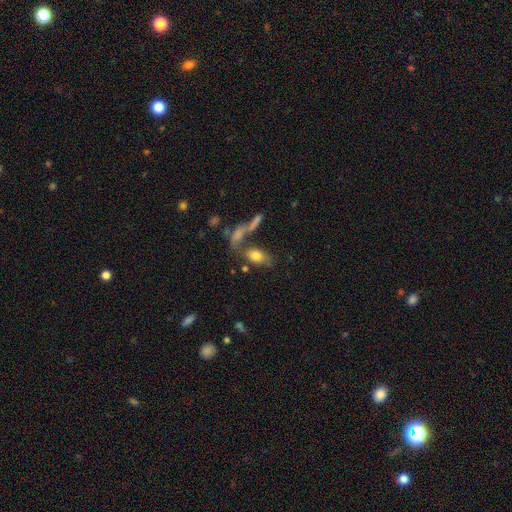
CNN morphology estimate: type=smooth (74%); roundness=in between (85%); merging=none (50%).